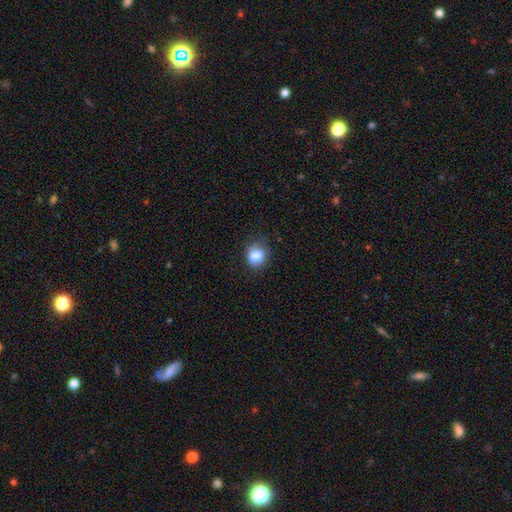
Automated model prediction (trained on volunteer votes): This appears to be a smooth galaxy with no disk features (81%) that is round (62%). Merging: none (72%).